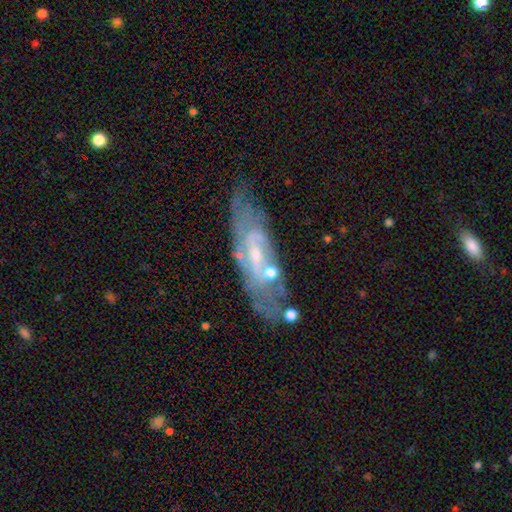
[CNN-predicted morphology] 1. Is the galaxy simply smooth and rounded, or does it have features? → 74% featured or disk, 17% smooth, 9% star or artifact.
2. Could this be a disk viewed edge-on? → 76% no, 24% yes.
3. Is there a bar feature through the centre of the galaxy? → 41% weak, 40% no, 19% strong.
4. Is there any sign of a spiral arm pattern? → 69% yes, 31% no.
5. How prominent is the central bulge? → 59% small, 31% moderate, 6% none, 2% large, 1% dominant.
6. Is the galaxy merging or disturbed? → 63% none, 21% minor disturbance, 9% major disturbance, 7% merger.